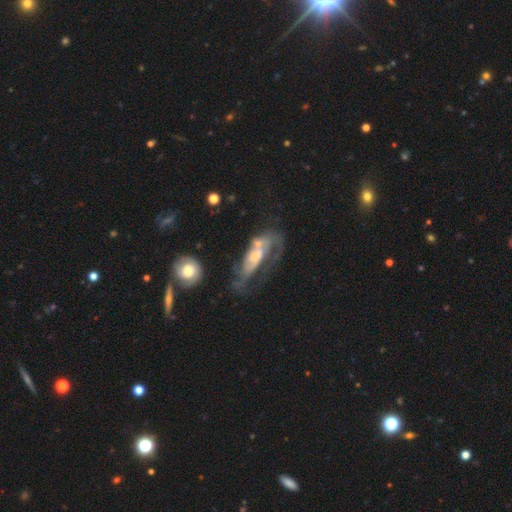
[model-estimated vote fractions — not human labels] Smooth or featured: featured or disk — 70% (smooth — 23%)
Edge-on disk: no — 90% (yes — 10%)
Bar: no — 63% (weak — 28%)
Spiral arms: yes — 71% (no — 29%)
Bulge size: small — 45% (moderate — 36%)
Merging: major disturbance — 35% (none — 26%)